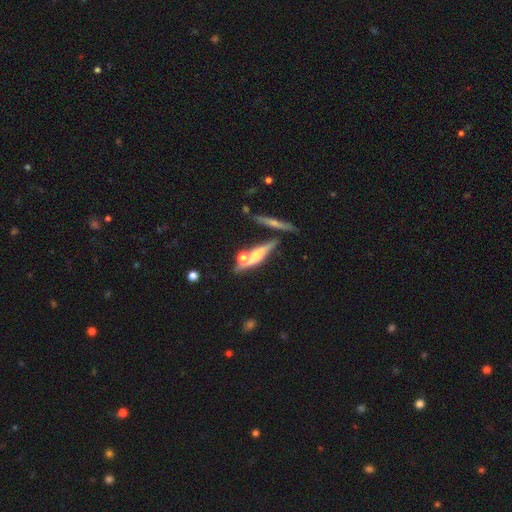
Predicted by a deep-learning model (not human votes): This is possibly a featured or disk galaxy (51%). It is clearly viewed edge-on (83%). Merging: possibly none (56%).